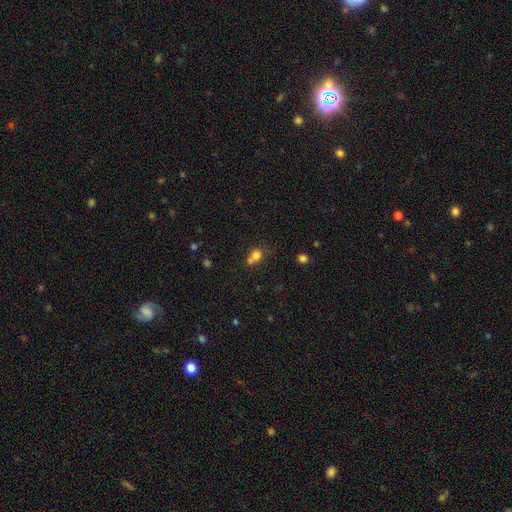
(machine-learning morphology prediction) A smooth galaxy with no disk features (76%) that is round (68%).

Vote fractions:
- Smooth or featured? smooth: 76% / star or artifact: 14% / featured or disk: 10%
- How rounded? round: 68% / in between: 31% / cigar-shaped: 1%
- Merging? none: 41% / merger: 39% / minor disturbance: 14% / major disturbance: 6%